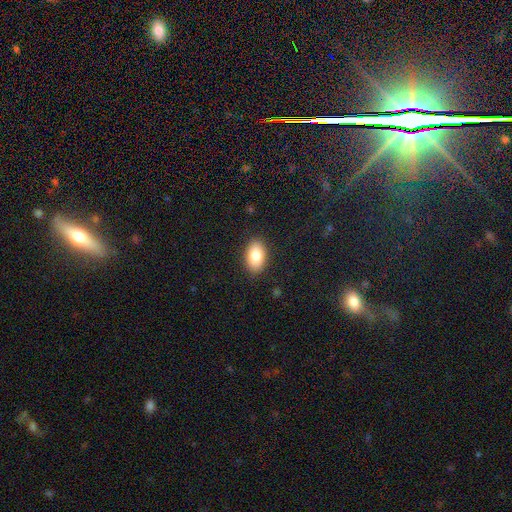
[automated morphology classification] Smooth or featured: smooth — 85% (featured or disk — 8%)
How rounded: in between — 93% (round — 6%)
Merging: none — 88% (minor disturbance — 9%)